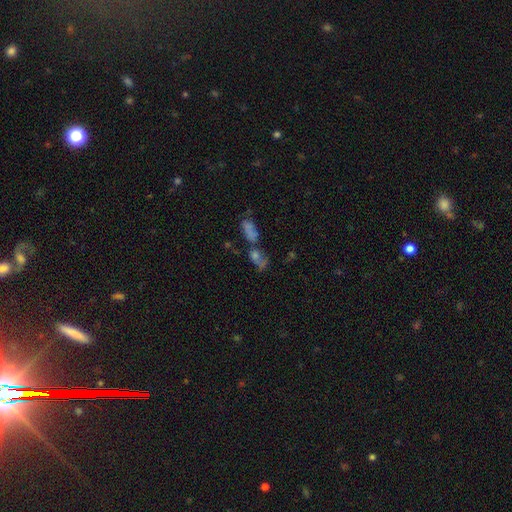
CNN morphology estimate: Smooth or featured: smooth — 42% (featured or disk — 32%)
Merging: merger — 44% (none — 33%)